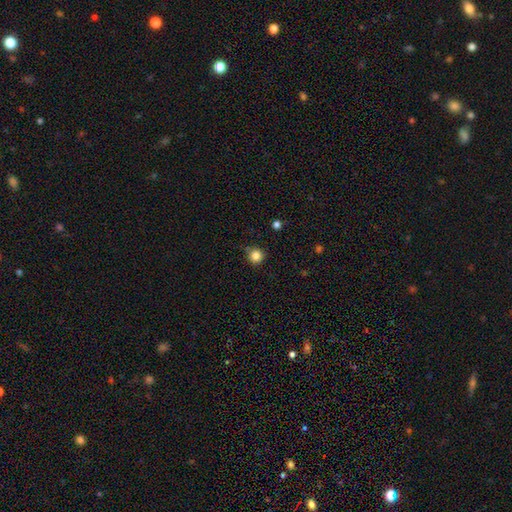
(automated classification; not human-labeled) This appears to be a smooth galaxy with no disk features (84%) that is round (94%). Merging: none (84%).